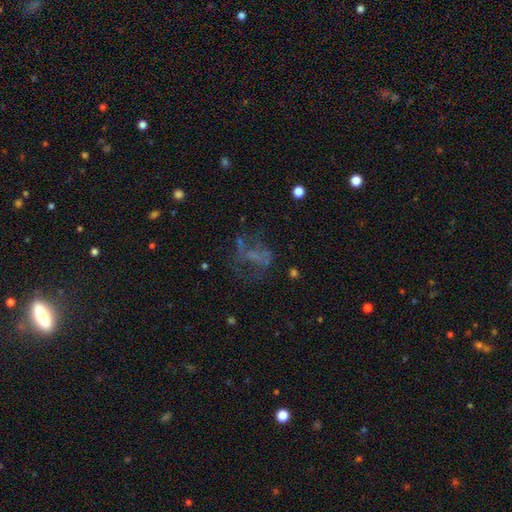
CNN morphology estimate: The model was most divided on "merging": none: 42%, major disturbance: 36%, minor disturbance: 16%, merger: 6%. Remaining: smooth or featured — featured or disk (47%).